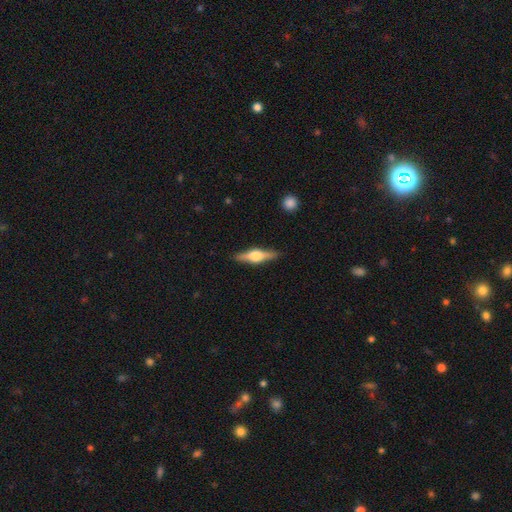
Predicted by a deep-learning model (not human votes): This is likely a featured or disk galaxy (68%). It is clearly viewed edge-on (97%). Edge-on bulge: clearly rounded (93%). Merging: clearly none (89%).